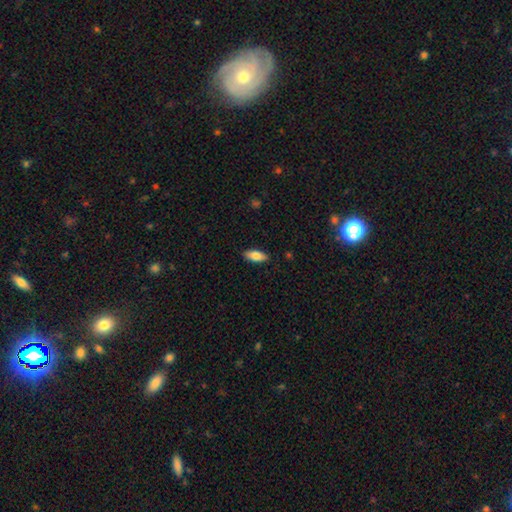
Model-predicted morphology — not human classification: Overall: smooth (80%). How rounded: in between (82%). Merging: none (88%).